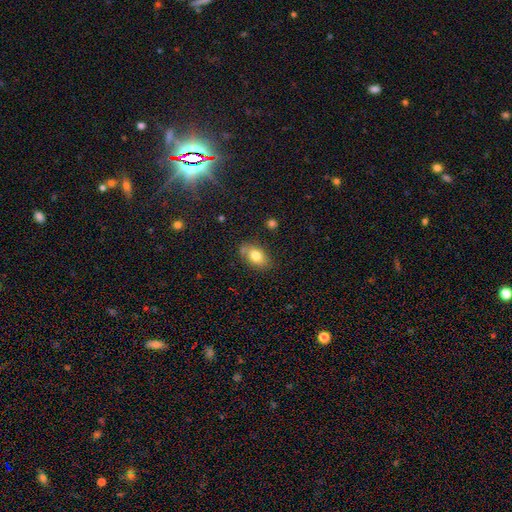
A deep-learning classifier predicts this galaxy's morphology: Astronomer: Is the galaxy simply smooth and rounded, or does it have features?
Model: smooth — 77%.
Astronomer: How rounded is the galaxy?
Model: in between — 87%.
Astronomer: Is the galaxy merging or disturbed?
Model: none — 75%.